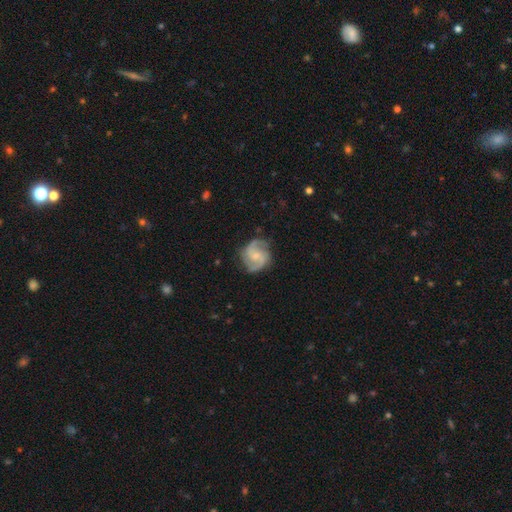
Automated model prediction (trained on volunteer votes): smooth_or_featured: featured or disk (p=0.83) [alt: smooth p=0.11]
disk_edge_on: no (p=0.98) [alt: yes p=0.02]
bar: no (p=0.51) [alt: weak p=0.41]
has_spiral_arms: yes (p=0.97) [alt: no p=0.03]
spiral_winding: medium (p=0.53) [alt: tight p=0.28]
spiral_arm_count: 2 (p=0.78) [alt: 3 p=0.11]
bulge_size: small (p=0.59) [alt: moderate p=0.31]
merging: none (p=0.77) [alt: minor disturbance p=0.17]